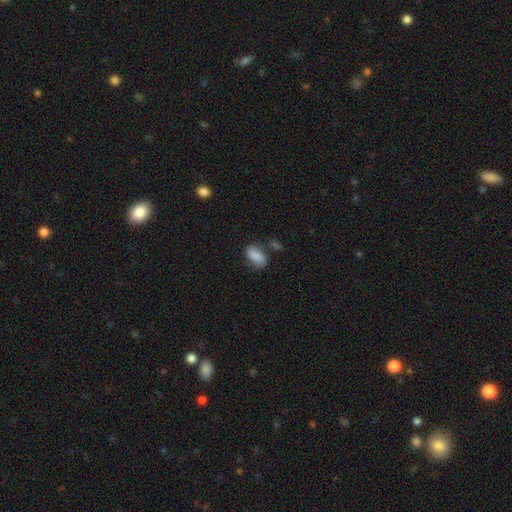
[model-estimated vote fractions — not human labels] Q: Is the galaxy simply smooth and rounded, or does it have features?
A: smooth — 82%.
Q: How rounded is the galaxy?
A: in between — 87%.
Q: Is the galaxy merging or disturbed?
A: none — 64%.